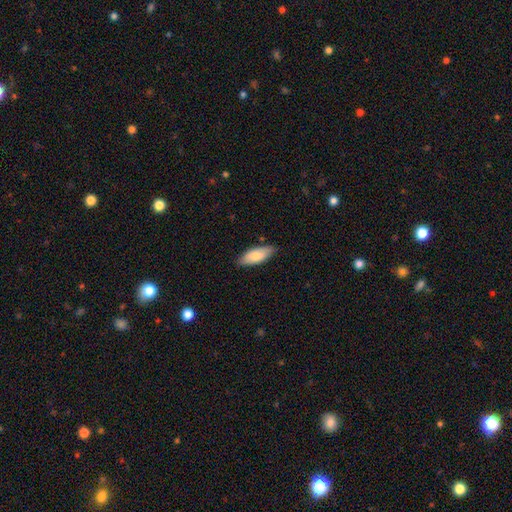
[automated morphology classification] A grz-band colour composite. It shows a smooth galaxy with no disk features (77%) that is in between round and cigar-shaped (79%). Merging: none (82%).